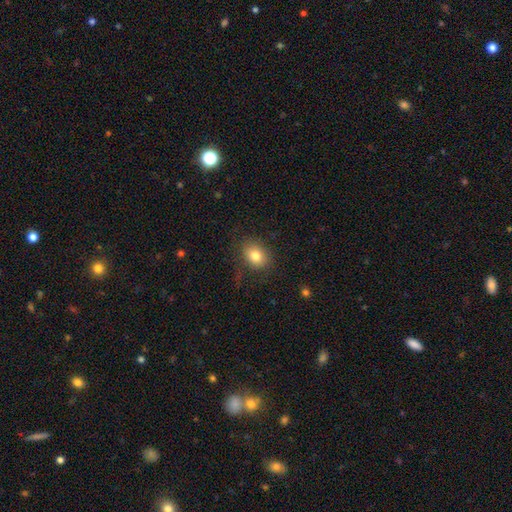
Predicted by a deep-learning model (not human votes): The model was most divided on "how rounded": in between: 57%, round: 42%, cigar-shaped: 1%. More confident: merging — none (80%); smooth or featured — smooth (80%).